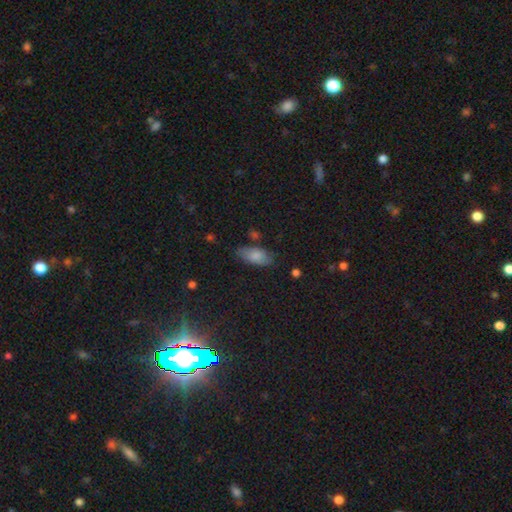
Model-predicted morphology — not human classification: Smooth or featured: smooth — 82% (featured or disk — 10%)
How rounded: in between — 89% (cigar-shaped — 8%)
Merging: none — 74% (minor disturbance — 19%)